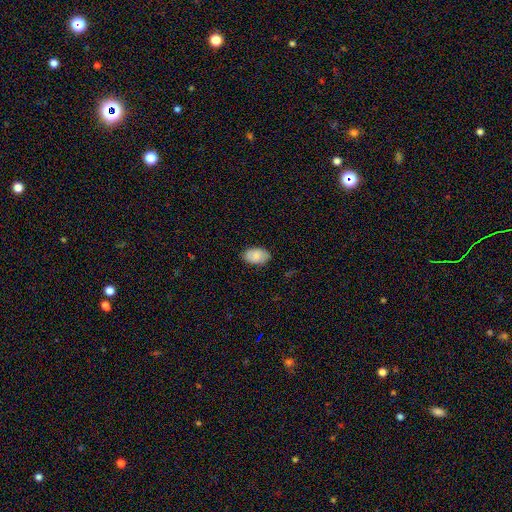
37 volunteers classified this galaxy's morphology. Smooth or featured? smooth (81%)
How rounded? in between (93%)
Merging? none (86%)